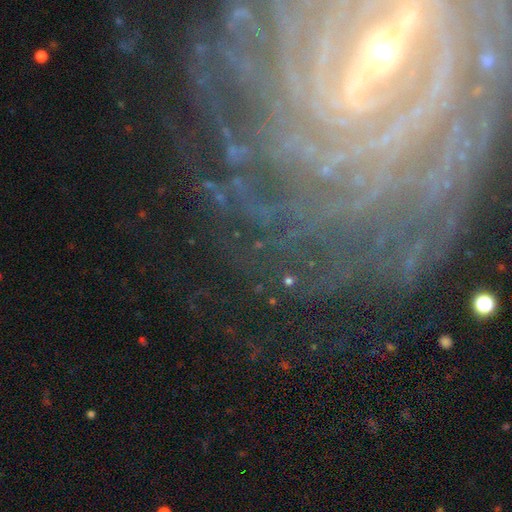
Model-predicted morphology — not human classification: Smooth or featured? Predicted: featured or disk (p=0.67). Edge-on disk? Predicted: no (p=0.94). Bar? Predicted: no (p=0.47). Spiral arms? Predicted: yes (p=0.90). Spiral winding? Predicted: tight (p=0.79). Spiral arm count? Predicted: can't tell (p=0.26). Bulge size? Predicted: small (p=0.69). Merging? Predicted: none (p=0.76).